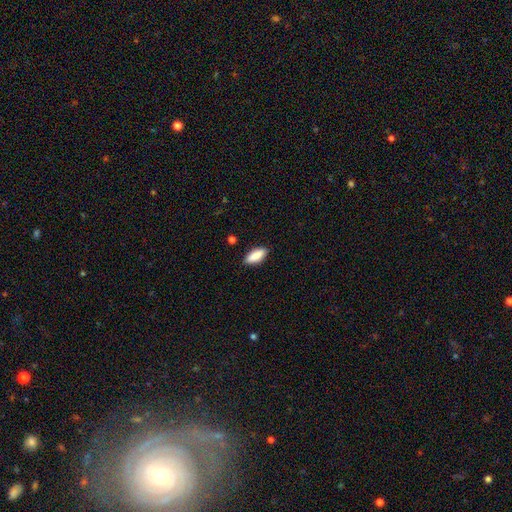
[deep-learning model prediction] Morphology: type=smooth (87%); roundness=in between (76%); merging=none (87%).